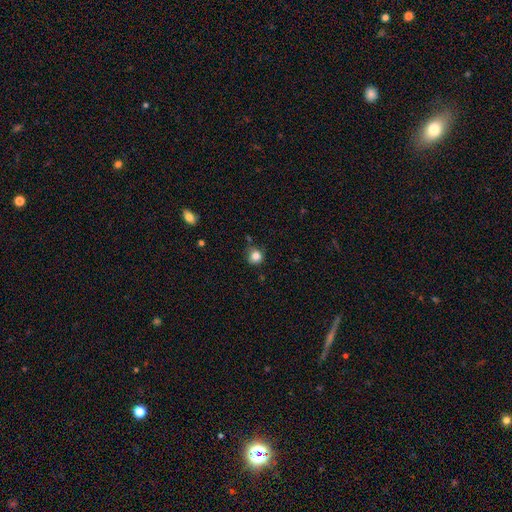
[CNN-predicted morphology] Overall: smooth (83%). How rounded: round (90%). Merging: none (75%).